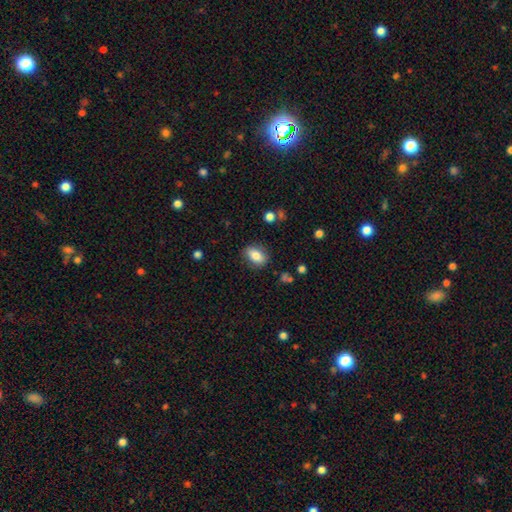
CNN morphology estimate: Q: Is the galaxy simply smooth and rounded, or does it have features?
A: smooth — 80%.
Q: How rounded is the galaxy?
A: in between — 83%.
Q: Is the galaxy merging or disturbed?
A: none — 83%.